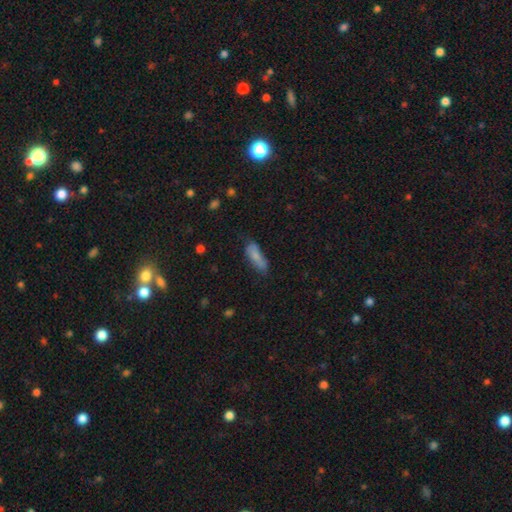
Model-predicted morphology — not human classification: Smooth or featured: smooth — 75% (featured or disk — 18%)
How rounded: in between — 59% (cigar-shaped — 38%)
Merging: none — 53% (minor disturbance — 31%)